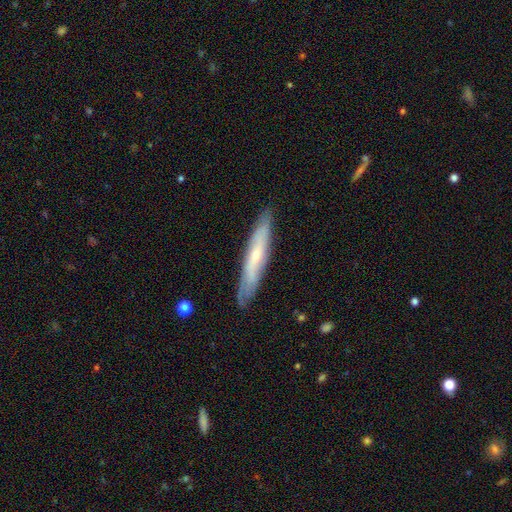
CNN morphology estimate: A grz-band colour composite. It shows a featured or disk galaxy (53%) viewed edge-on (69%). Merging: none (84%).